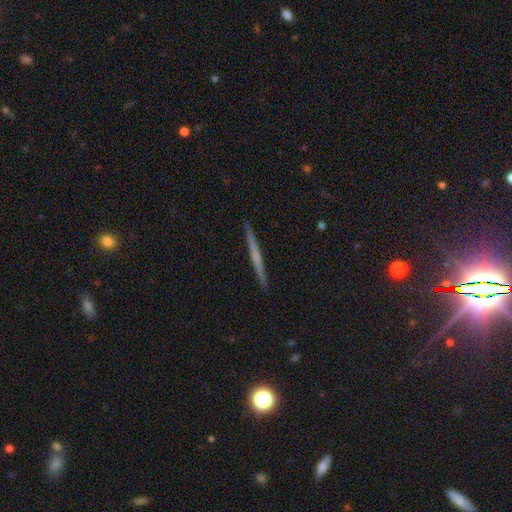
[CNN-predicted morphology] Smooth or featured?
  - featured or disk: 55% *
  - smooth: 39%
  - star or artifact: 6%
Edge-on disk?
  - yes: 98% *
  - no: 2%
Edge-on bulge?
  - none: 80% *
  - rounded: 14%
  - boxy: 5%
Merging?
  - none: 93% *
  - minor disturbance: 5%
  - major disturbance: 1%
  - merger: 1%